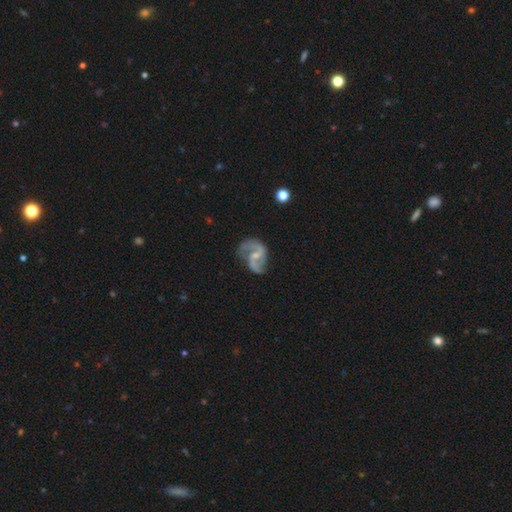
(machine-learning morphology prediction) type=featured or disk (87%); edge-on=no (98%); bar=weak (50%); spiral arms=yes (95%); winding=medium (46%); arm count=2 (89%); bulge=small (57%); merging=none (60%).